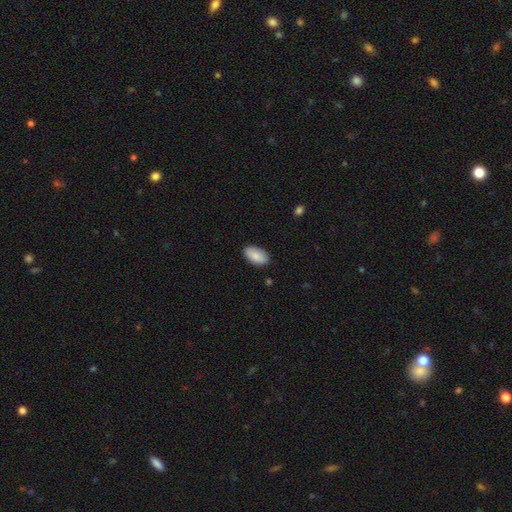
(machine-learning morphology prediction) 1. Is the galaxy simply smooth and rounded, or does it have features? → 88% smooth, 6% star or artifact, 6% featured or disk.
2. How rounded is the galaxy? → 95% in between, 3% round, 2% cigar-shaped.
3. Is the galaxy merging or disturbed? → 87% none, 10% minor disturbance, 2% major disturbance, 1% merger.